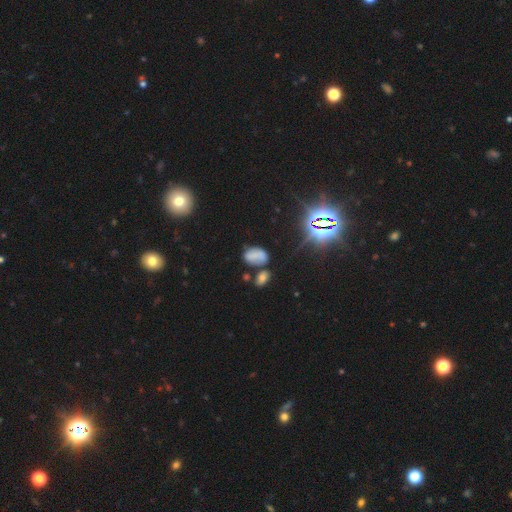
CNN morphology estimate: Smooth or featured? Predicted: smooth (p=0.62). How rounded? Predicted: in between (p=0.89). Merging? Predicted: none (p=0.46).